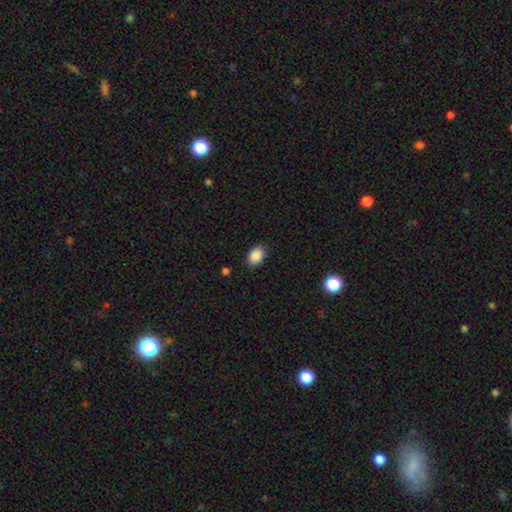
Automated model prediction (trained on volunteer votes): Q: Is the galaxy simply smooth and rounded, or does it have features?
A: smooth — 89%.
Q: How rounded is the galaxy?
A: in between — 83%.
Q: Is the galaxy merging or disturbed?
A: none — 84%.